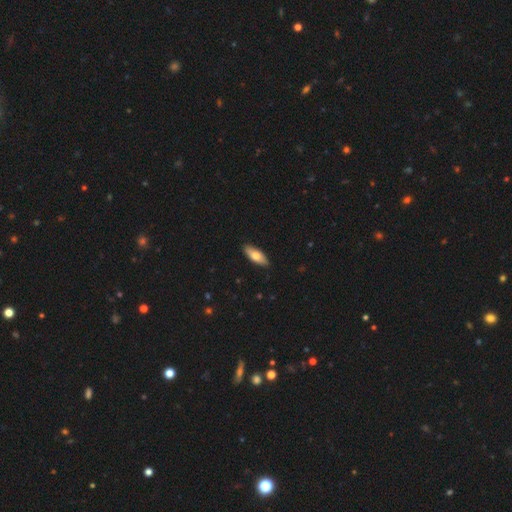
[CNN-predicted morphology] smooth 69%, featured or disk 26%, star or artifact 5%. Down the decision tree: how rounded — in between (71%); merging — none (89%).